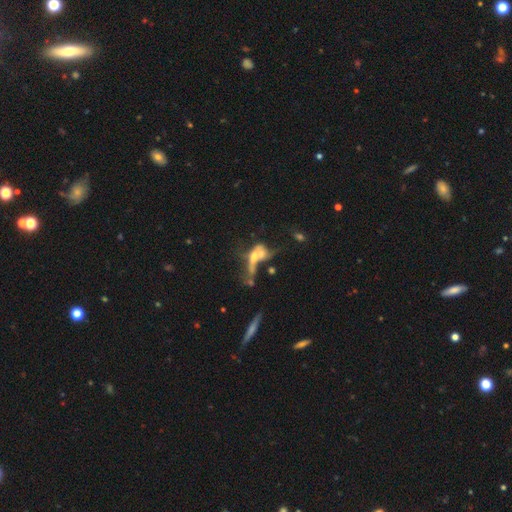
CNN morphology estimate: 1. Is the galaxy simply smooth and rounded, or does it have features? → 50% featured or disk, 35% smooth, 15% star or artifact.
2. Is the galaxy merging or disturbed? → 53% merger, 25% major disturbance, 14% none, 8% minor disturbance.